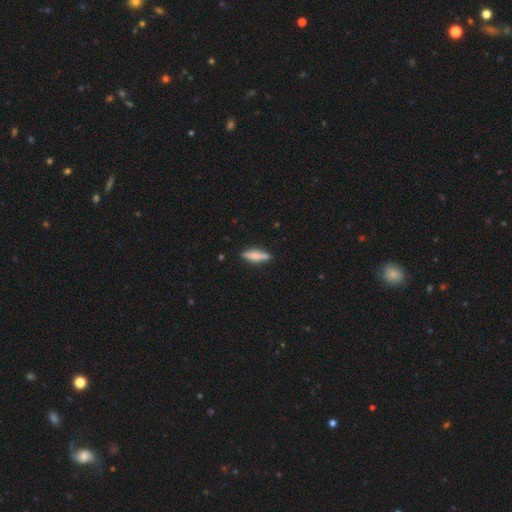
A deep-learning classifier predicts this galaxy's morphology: Q: Smooth or featured?
A: smooth (68%); runner-up: featured or disk (26%)
Q: How rounded?
A: cigar-shaped (78%); runner-up: in between (21%)
Q: Merging?
A: none (86%); runner-up: minor disturbance (10%)